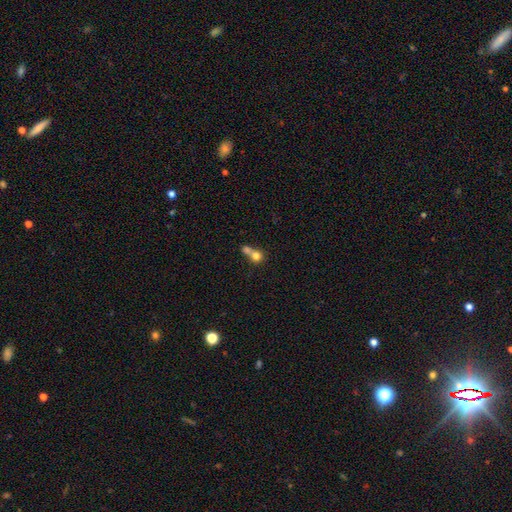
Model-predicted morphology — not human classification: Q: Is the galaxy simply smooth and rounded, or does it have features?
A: smooth — 72%.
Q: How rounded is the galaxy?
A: round — 80%.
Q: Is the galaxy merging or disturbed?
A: merger — 59%.